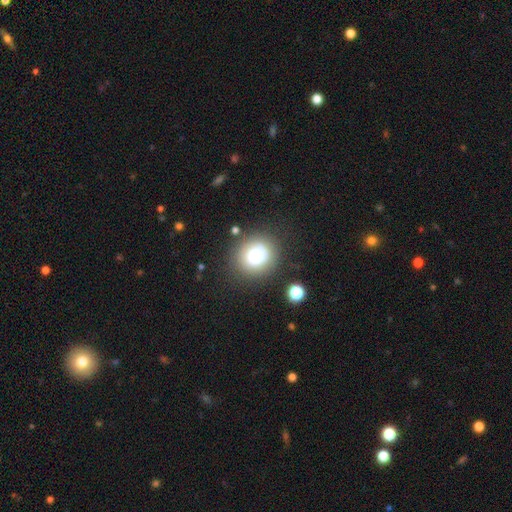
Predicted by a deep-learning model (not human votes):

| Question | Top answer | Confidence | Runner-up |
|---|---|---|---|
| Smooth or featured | smooth | 76% | featured or disk (13%) |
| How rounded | round | 86% | in between (13%) |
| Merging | none | 78% | minor disturbance (13%) |